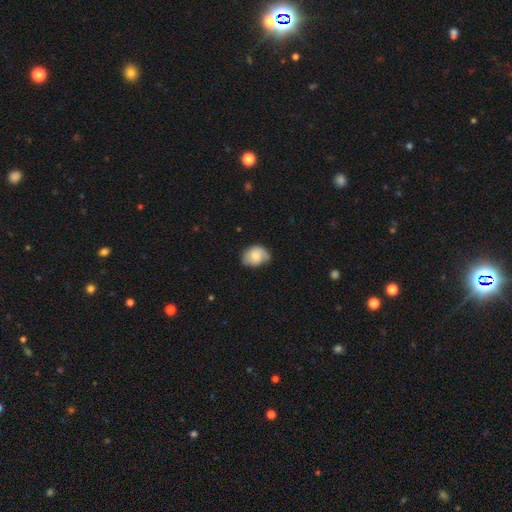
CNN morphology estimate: smooth 66%, featured or disk 27%, star or artifact 7%. Down the decision tree: how rounded — in between (57%); merging — none (58%).